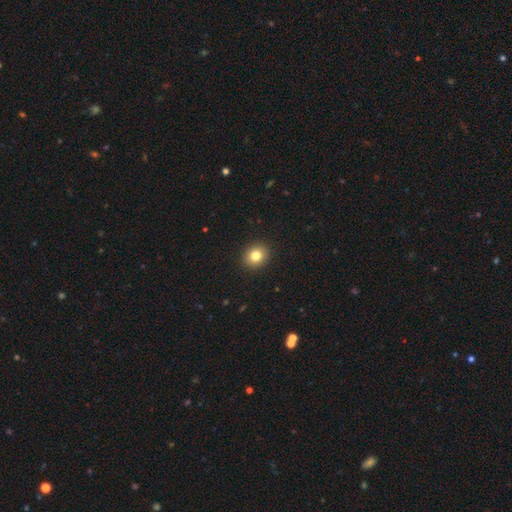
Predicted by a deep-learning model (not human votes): This is clearly a smooth galaxy (81%). How rounded: likely round (76%). Merging: clearly none (92%).